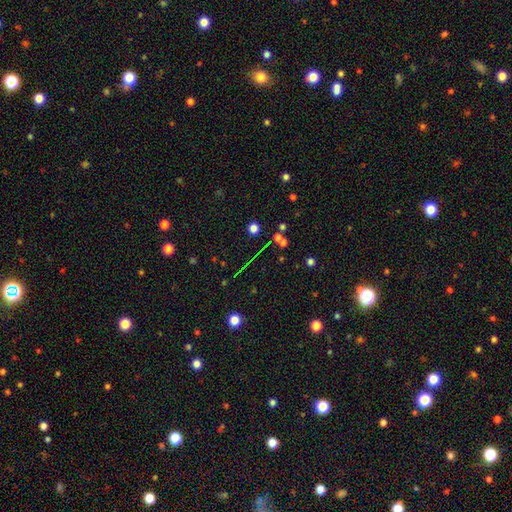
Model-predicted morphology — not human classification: type=star or artifact (59%).